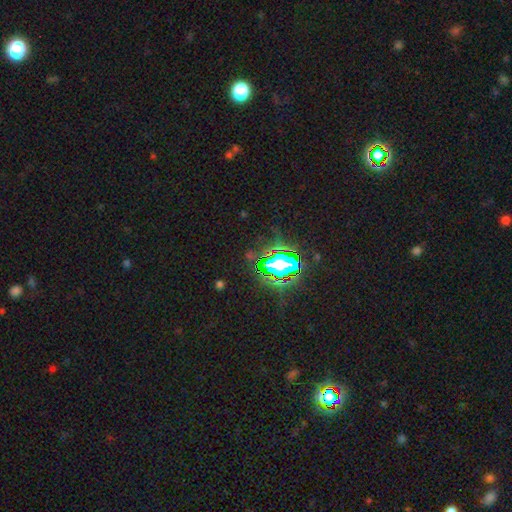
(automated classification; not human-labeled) The model was most divided on "smooth or featured": star or artifact: 80%, smooth: 13%, featured or disk: 7%.